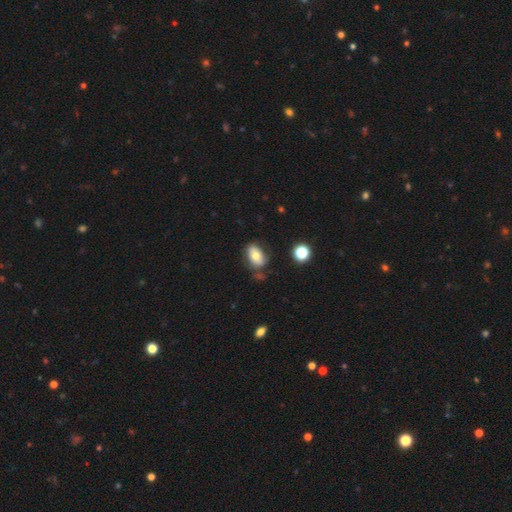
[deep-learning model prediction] Smooth or featured: smooth — 70% (featured or disk — 20%)
How rounded: in between — 88% (round — 10%)
Merging: none — 66% (minor disturbance — 21%)